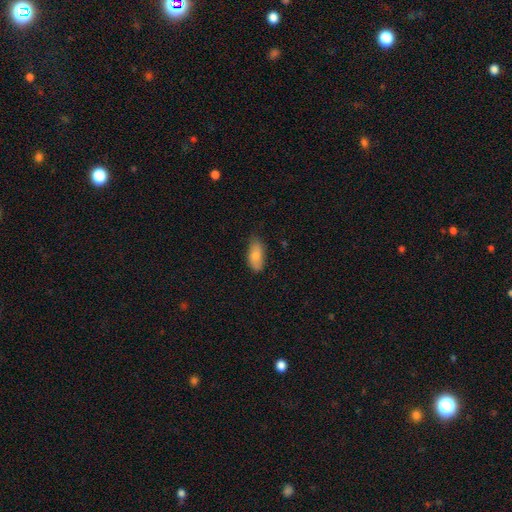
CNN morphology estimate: Smooth or featured?
  - smooth: 80% *
  - featured or disk: 13%
  - star or artifact: 6%
How rounded?
  - in between: 88% *
  - cigar-shaped: 9%
  - round: 3%
Merging?
  - none: 73% *
  - minor disturbance: 22%
  - major disturbance: 4%
  - merger: 1%